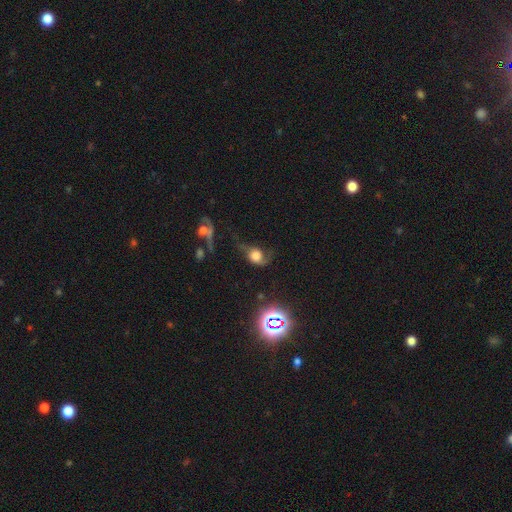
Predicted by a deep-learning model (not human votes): smooth 48%, featured or disk 36%, star or artifact 17%. Down the decision tree: merging — major disturbance (39%).